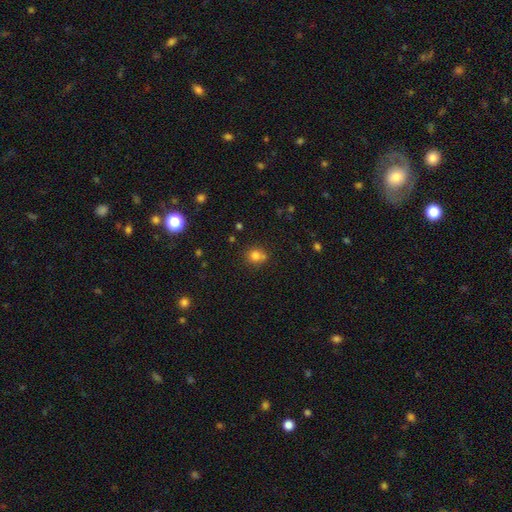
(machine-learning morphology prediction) smooth-or-featured: smooth: 77% | star or artifact: 14% | featured or disk: 9%
  how-rounded: round: 77% | in between: 22% | cigar-shaped: 1%
  merging: none: 58% | merger: 23% | minor disturbance: 15% | major disturbance: 5%